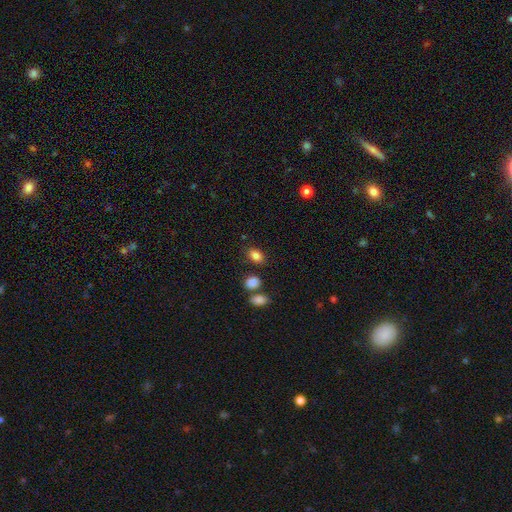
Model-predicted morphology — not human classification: Q: Smooth or featured?
A: smooth (84%); runner-up: star or artifact (10%)
Q: How rounded?
A: in between (81%); runner-up: round (18%)
Q: Merging?
A: none (77%); runner-up: minor disturbance (12%)